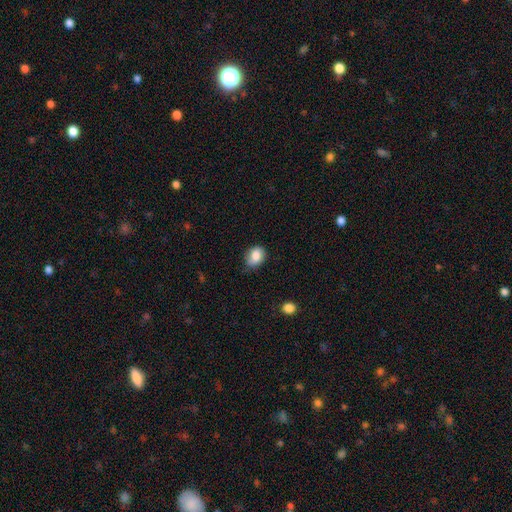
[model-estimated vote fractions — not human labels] smooth 81%, featured or disk 11%, star or artifact 8%. Down the decision tree: how rounded — in between (62%); merging — none (62%).